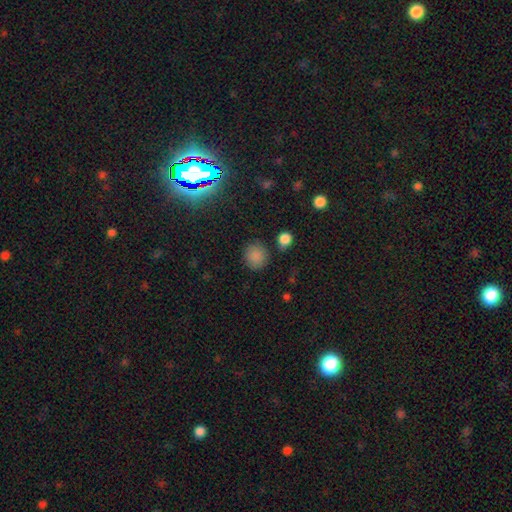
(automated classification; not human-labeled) This appears to be a smooth galaxy with no disk features (83%) that is round (88%). Merging: none (82%).